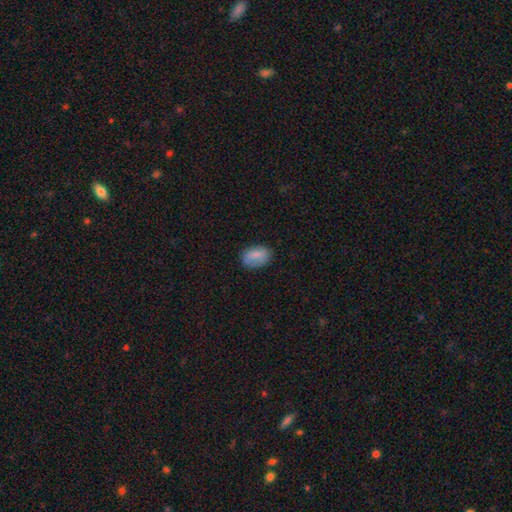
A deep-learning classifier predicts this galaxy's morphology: This is clearly a smooth galaxy (81%). How rounded: clearly in between (84%). Merging: likely none (77%).